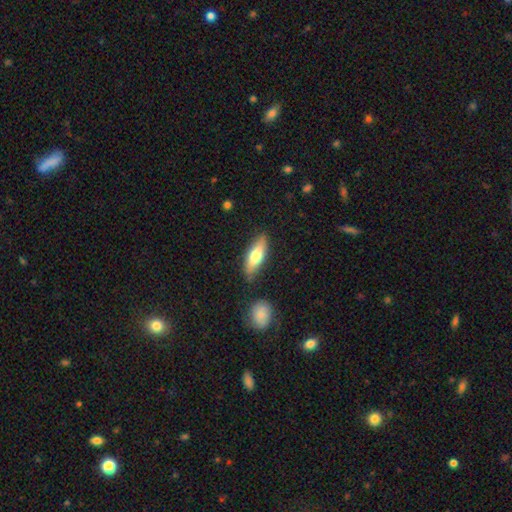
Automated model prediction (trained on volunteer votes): smooth-or-featured: smooth: 66% | featured or disk: 28% | star or artifact: 6%
  how-rounded: in between: 56% | cigar-shaped: 42% | round: 2%
  merging: none: 81% | minor disturbance: 12% | merger: 4% | major disturbance: 3%